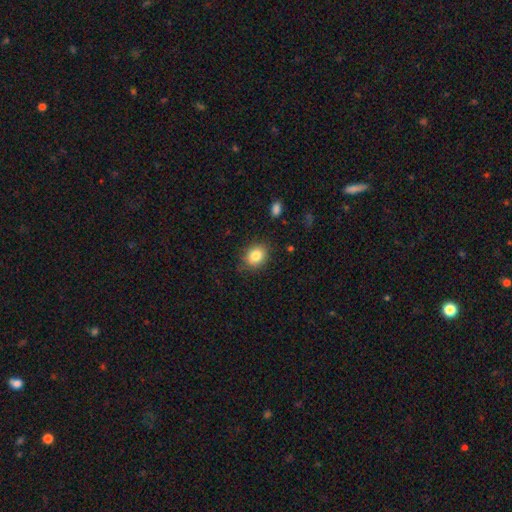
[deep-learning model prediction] Smooth or featured: smooth — 84% (star or artifact — 9%)
How rounded: round — 55% (in between — 44%)
Merging: none — 82% (minor disturbance — 14%)